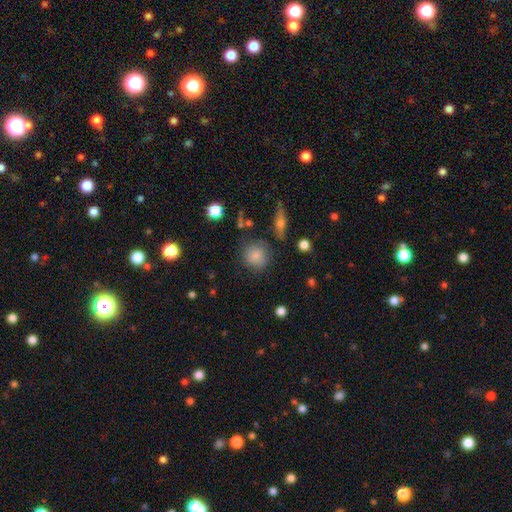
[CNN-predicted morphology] A smooth galaxy with no disk features (79%) that is round (85%).

Vote fractions:
- Smooth or featured? smooth: 79% / star or artifact: 11% / featured or disk: 10%
- How rounded? round: 85% / in between: 13% / cigar-shaped: 2%
- Merging? none: 73% / minor disturbance: 17% / major disturbance: 5% / merger: 5%